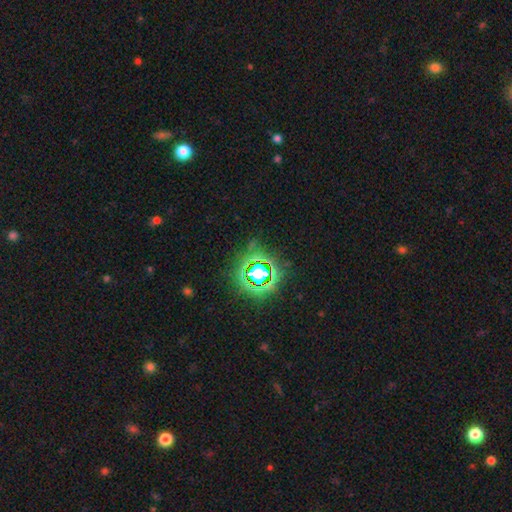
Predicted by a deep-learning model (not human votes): Smooth or featured? star or artifact (81%)